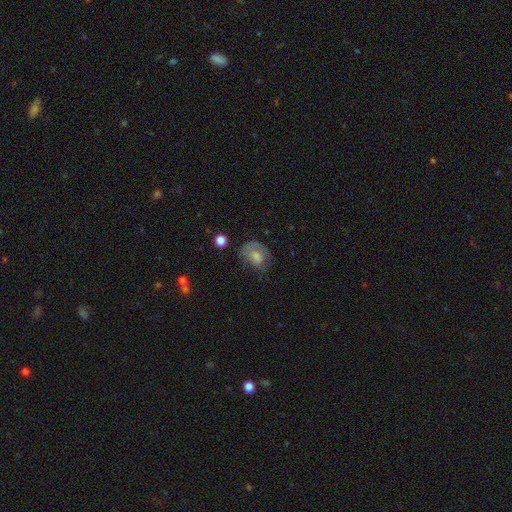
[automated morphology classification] smooth-or-featured: smooth: 61% | featured or disk: 28% | star or artifact: 10%
  how-rounded: in between: 61% | round: 38% | cigar-shaped: 1%
  merging: none: 42% | minor disturbance: 29% | major disturbance: 26% | merger: 3%